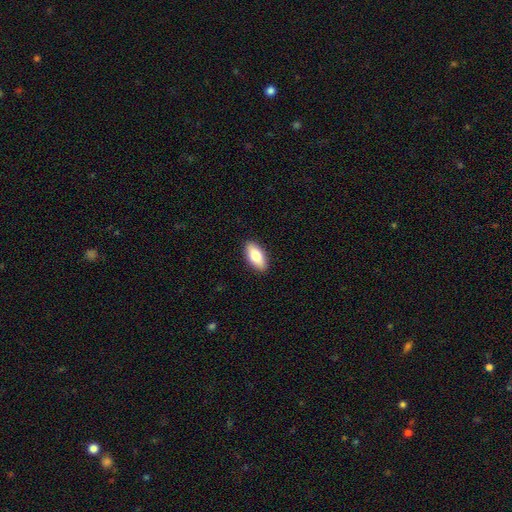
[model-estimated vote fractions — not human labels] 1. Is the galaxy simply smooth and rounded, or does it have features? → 78% smooth, 16% featured or disk, 6% star or artifact.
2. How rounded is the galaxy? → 86% in between, 11% cigar-shaped, 3% round.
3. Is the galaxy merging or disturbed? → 90% none, 7% minor disturbance, 2% major disturbance, 1% merger.